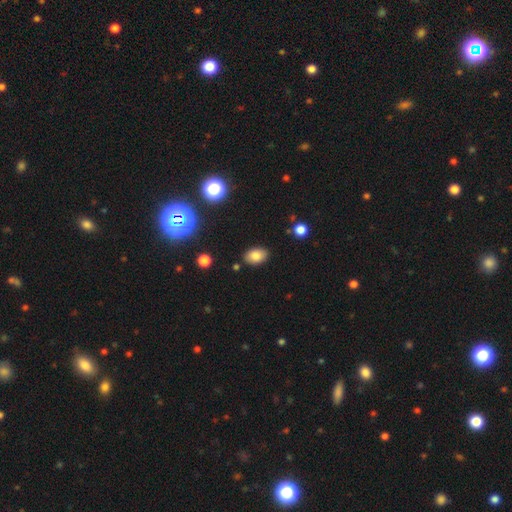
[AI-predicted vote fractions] A smooth galaxy with no disk features (81%) that is in between round and cigar-shaped (87%).

Vote fractions:
- Smooth or featured? smooth: 81% / star or artifact: 10% / featured or disk: 8%
- How rounded? in between: 87% / round: 12% / cigar-shaped: 1%
- Merging? none: 85% / minor disturbance: 10% / merger: 2% / major disturbance: 2%